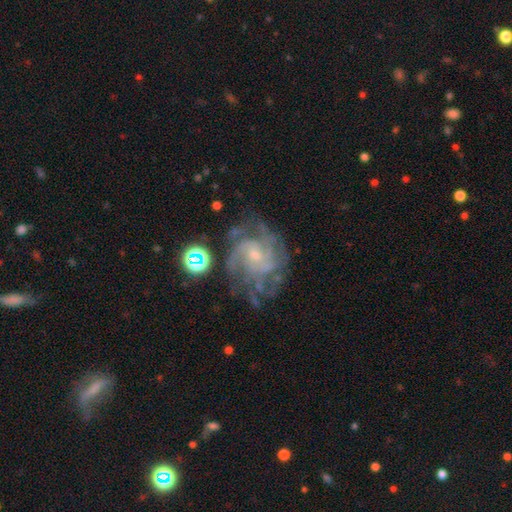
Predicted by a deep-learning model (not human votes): Q: Smooth or featured?
A: featured or disk (82%); runner-up: star or artifact (10%)
Q: Edge-on disk?
A: no (97%); runner-up: yes (3%)
Q: Bar?
A: no (63%); runner-up: weak (32%)
Q: Spiral arms?
A: yes (93%); runner-up: no (7%)
Q: Spiral winding?
A: tight (45%); runner-up: medium (42%)
Q: Spiral arm count?
A: can't tell (35%); runner-up: 3 (20%)
Q: Bulge size?
A: small (62%); runner-up: moderate (27%)
Q: Merging?
A: none (59%); runner-up: minor disturbance (20%)